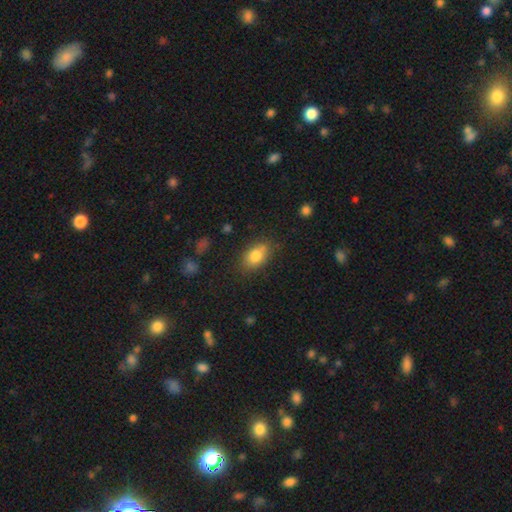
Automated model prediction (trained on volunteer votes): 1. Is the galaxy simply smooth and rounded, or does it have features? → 80% smooth, 11% featured or disk, 8% star or artifact.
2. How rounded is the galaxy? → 84% in between, 13% round, 3% cigar-shaped.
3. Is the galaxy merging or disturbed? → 74% none, 18% minor disturbance, 4% major disturbance, 3% merger.